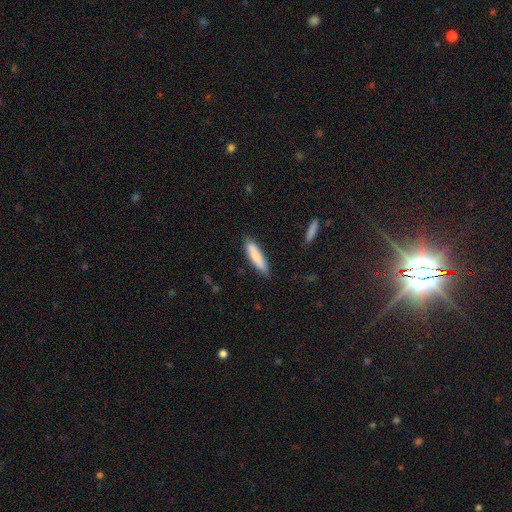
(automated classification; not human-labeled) smooth-or-featured: smooth: 76% | featured or disk: 19% | star or artifact: 6%
  how-rounded: cigar-shaped: 74% | in between: 25% | round: 1%
  merging: none: 82% | minor disturbance: 14% | major disturbance: 2% | merger: 2%